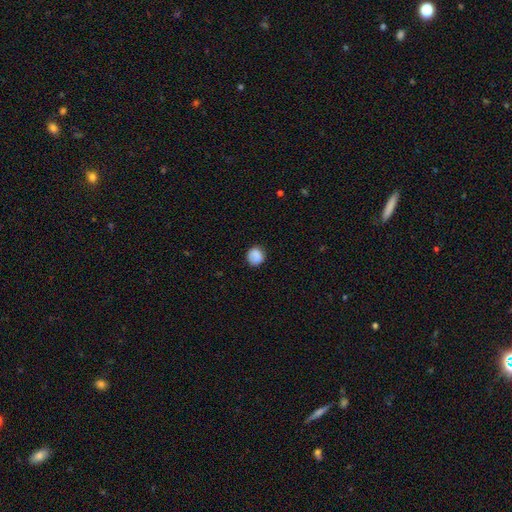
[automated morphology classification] The model was most divided on "merging": none: 84%, minor disturbance: 12%, major disturbance: 3%, merger: 1%. More confident: how rounded — round (86%); smooth or featured — smooth (86%).